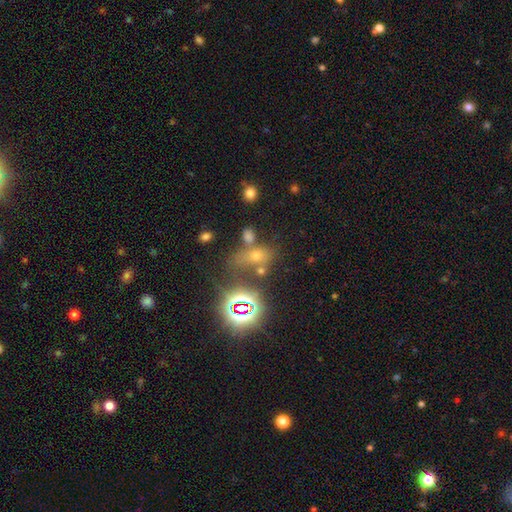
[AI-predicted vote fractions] Overall: smooth (46%; star or artifact 40%). Merging: none (54%; merger 24%).